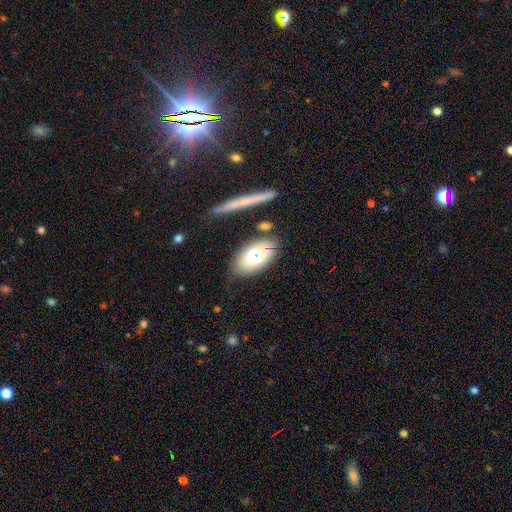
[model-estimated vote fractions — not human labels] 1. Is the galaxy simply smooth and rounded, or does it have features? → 65% smooth, 25% featured or disk, 10% star or artifact.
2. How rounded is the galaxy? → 87% in between, 10% round, 4% cigar-shaped.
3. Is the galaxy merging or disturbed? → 74% none, 13% minor disturbance, 7% merger, 5% major disturbance.